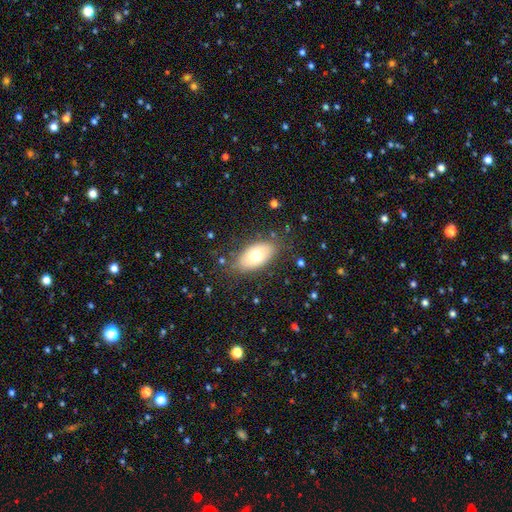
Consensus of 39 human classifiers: smooth-or-featured: smooth: 69% | featured or disk: 23% | star or artifact: 8%
  how-rounded: in between: 89% | round: 7% | cigar-shaped: 4%
  merging: none: 78% | major disturbance: 11% | minor disturbance: 8% | merger: 3%